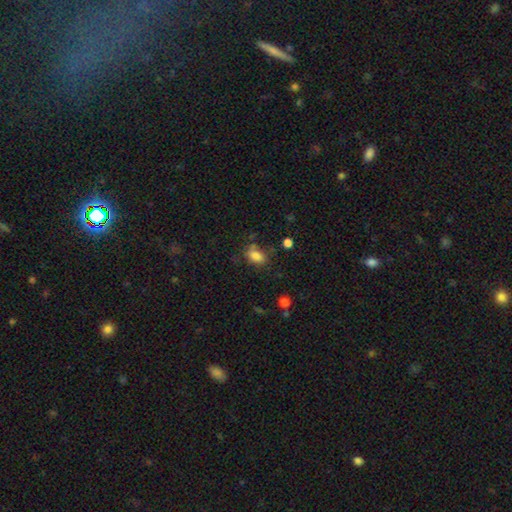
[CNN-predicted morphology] type=smooth (81%); roundness=in between (83%); merging=none (60%).